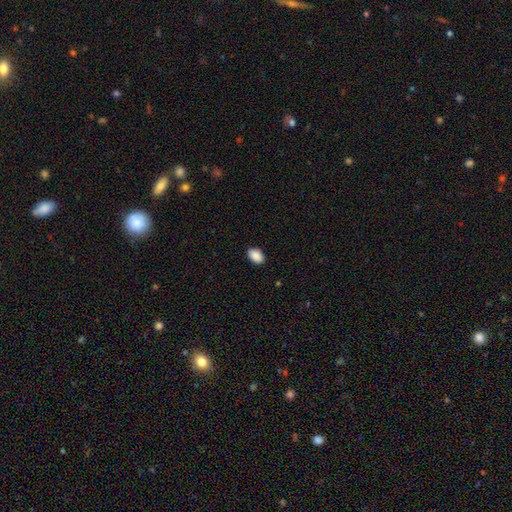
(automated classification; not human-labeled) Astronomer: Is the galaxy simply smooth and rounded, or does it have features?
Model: smooth — 90%.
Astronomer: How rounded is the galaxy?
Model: in between — 90%.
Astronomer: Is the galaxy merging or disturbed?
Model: none — 89%.